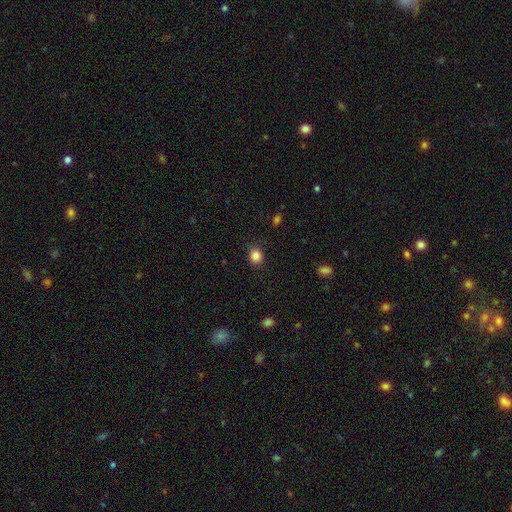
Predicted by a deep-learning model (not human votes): Morphology: type=smooth (85%); roundness=round (68%); merging=none (86%).